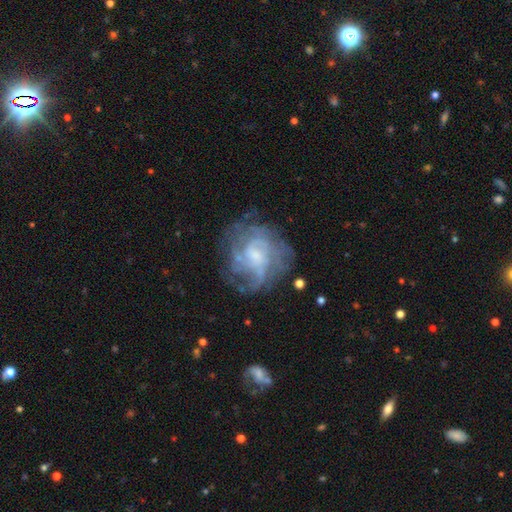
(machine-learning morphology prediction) Smooth or featured: featured or disk — 76% (smooth — 15%)
Edge-on disk: no — 98% (yes — 2%)
Bar: no — 58% (weak — 36%)
Spiral arms: yes — 83% (no — 17%)
Spiral winding: tight — 43% (medium — 38%)
Spiral arm count: can't tell — 44% (4 — 17%)
Bulge size: small — 43% (moderate — 33%)
Merging: none — 66% (minor disturbance — 17%)